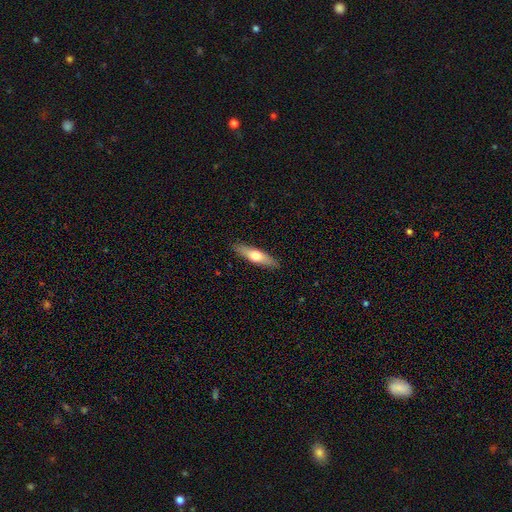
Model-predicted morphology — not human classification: smooth 54%, featured or disk 41%, star or artifact 5%. Down the decision tree: how rounded — cigar-shaped (70%); merging — none (89%).